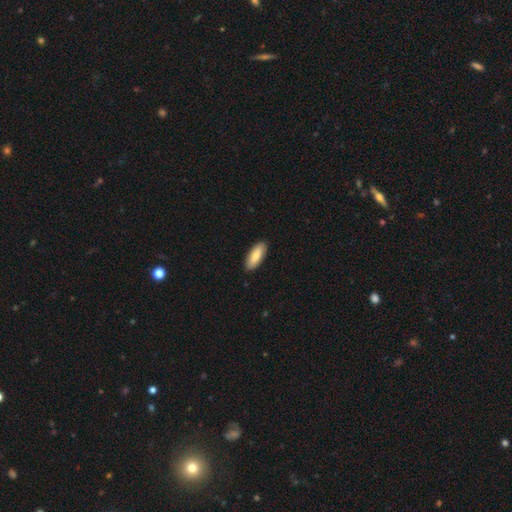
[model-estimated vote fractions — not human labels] A smooth galaxy with no disk features (82%) that is in between round and cigar-shaped (79%). Merging: none (90%).